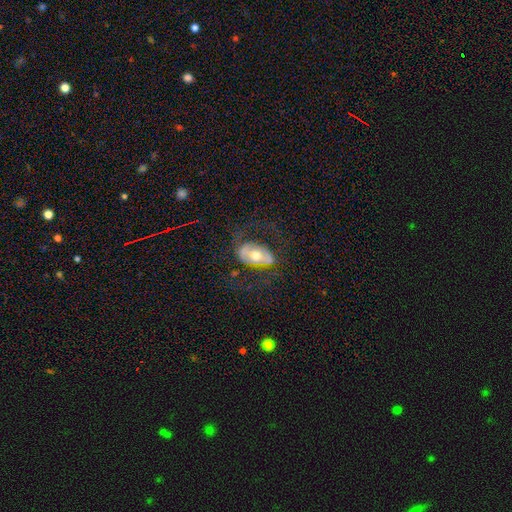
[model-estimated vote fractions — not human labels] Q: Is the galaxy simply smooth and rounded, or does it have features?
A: featured or disk — 57%.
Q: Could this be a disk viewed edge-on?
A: no — 90%.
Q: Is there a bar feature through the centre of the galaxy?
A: no — 53%.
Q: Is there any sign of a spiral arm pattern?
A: no — 53%.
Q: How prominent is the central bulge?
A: moderate — 74%.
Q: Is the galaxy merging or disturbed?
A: none — 63%.